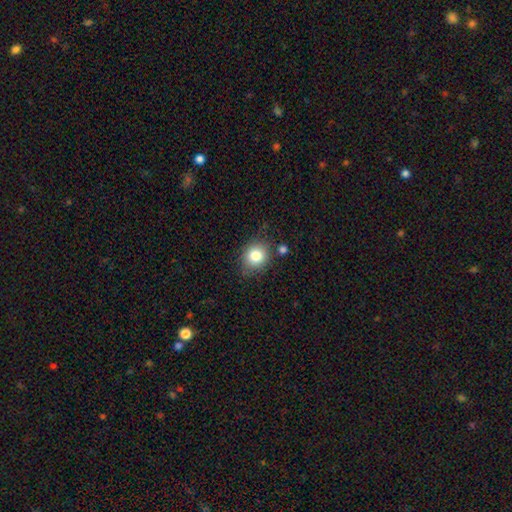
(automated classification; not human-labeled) This is clearly a smooth galaxy (81%). How rounded: likely round (70%). Merging: likely none (76%).